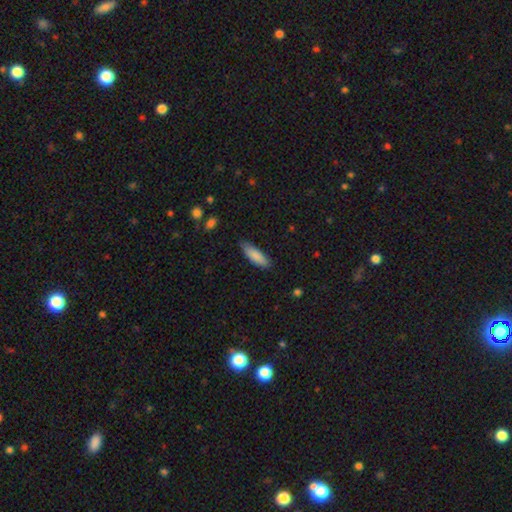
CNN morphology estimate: Overall: smooth (86%). How rounded: in between (50%; cigar-shaped 48%). Merging: none (79%).